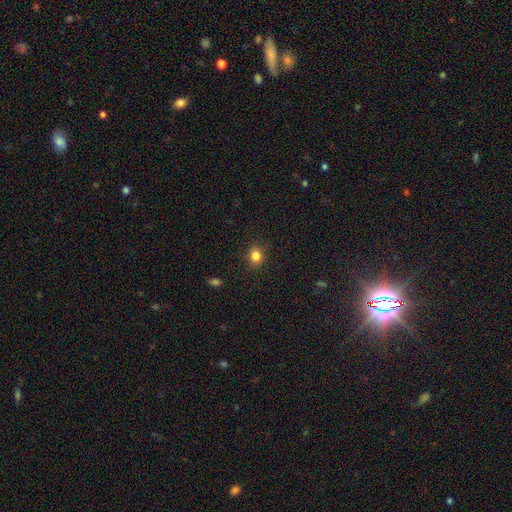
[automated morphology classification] Q: Smooth or featured?
A: smooth (83%); runner-up: star or artifact (12%)
Q: How rounded?
A: round (68%); runner-up: in between (31%)
Q: Merging?
A: none (87%); runner-up: minor disturbance (10%)